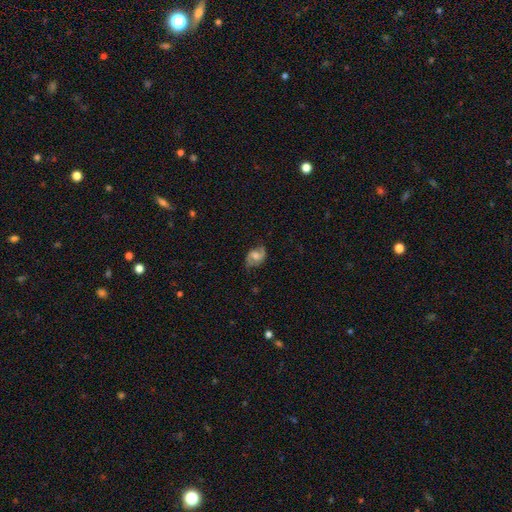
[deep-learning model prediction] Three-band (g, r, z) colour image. It shows a featured or disk galaxy (71%) with no bar (48%), 2 (88%) medium (46%) spiral arms (92%) and a moderate central bulge (60%). Merging: none (73%).